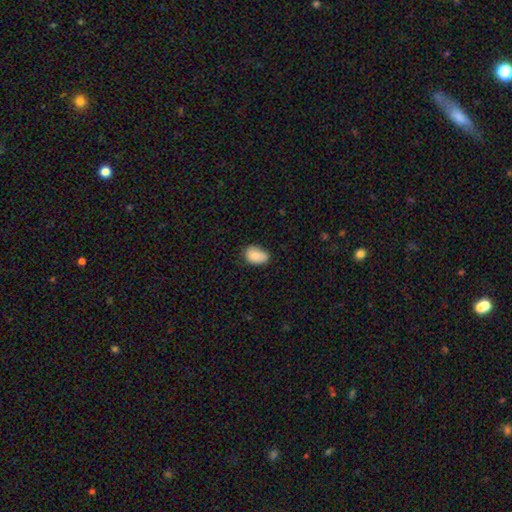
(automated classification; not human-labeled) Smooth or featured? smooth (85%)
How rounded? in between (85%)
Merging? none (66%)